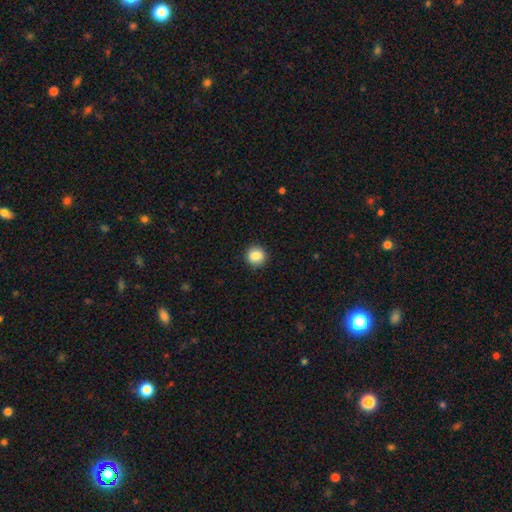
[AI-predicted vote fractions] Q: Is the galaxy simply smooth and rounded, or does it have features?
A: smooth — 85%.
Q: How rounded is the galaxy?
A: round — 87%.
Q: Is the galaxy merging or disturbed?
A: none — 90%.